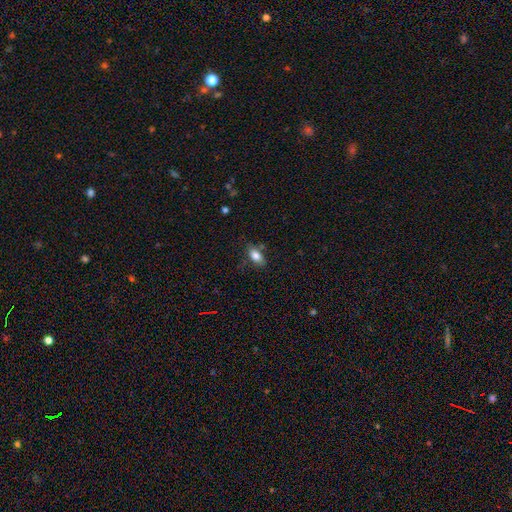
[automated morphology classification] smooth_or_featured: smooth (p=0.81) [alt: featured or disk p=0.11]
how_rounded: in between (p=0.87) [alt: cigar-shaped p=0.07]
merging: none (p=0.73) [alt: minor disturbance p=0.19]